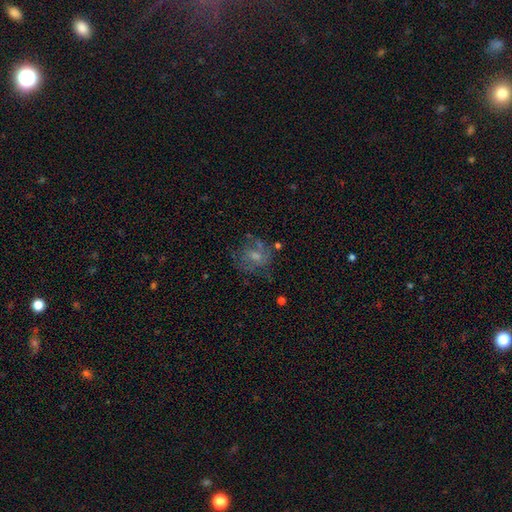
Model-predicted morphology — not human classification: smooth-or-featured: featured or disk: 48% | smooth: 39% | star or artifact: 12%
  merging: none: 53% | minor disturbance: 21% | major disturbance: 21% | merger: 6%